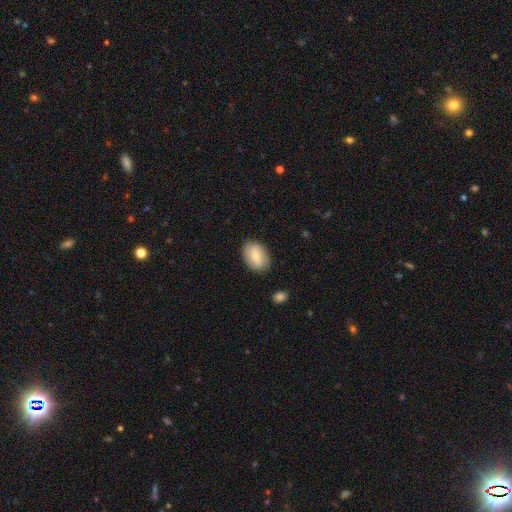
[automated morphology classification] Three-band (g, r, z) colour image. It shows a smooth galaxy with no disk features (71%) that is in between round and cigar-shaped (84%). Merging: none (84%).